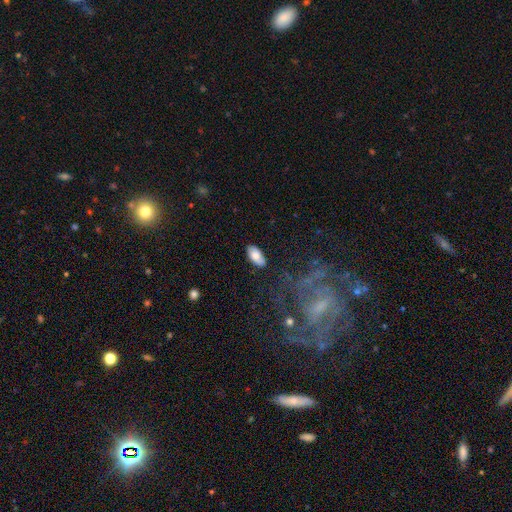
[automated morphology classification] This appears to be a smooth galaxy with no disk features (76%) that is in between round and cigar-shaped (94%). Merging: none (83%).